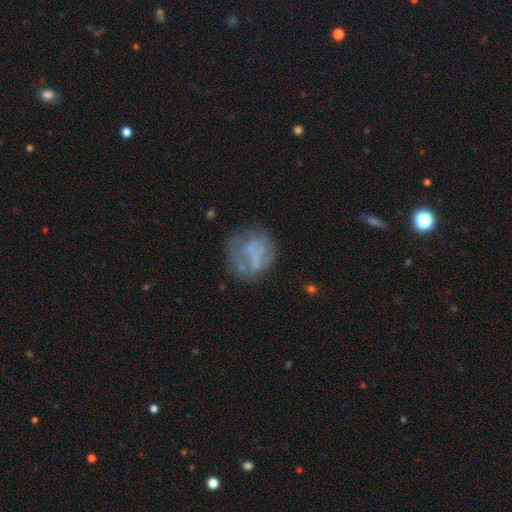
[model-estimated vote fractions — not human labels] The model was most divided on "smooth or featured" (2-way tie): smooth: 44%, featured or disk: 44%, star or artifact: 12%. More confident: merging — none (52%).